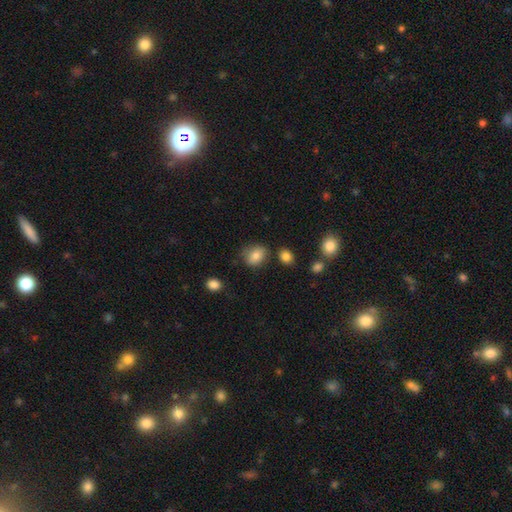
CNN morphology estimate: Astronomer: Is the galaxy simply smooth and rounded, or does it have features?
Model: smooth — 81%.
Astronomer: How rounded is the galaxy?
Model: round — 51% (runner-up: in between, 48%).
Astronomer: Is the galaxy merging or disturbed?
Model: none — 73%.